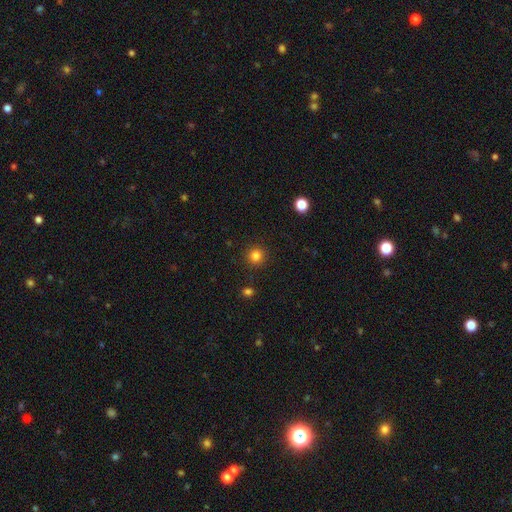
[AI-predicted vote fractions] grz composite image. It shows a smooth galaxy with no disk features (82%) that is round (94%). Merging: none (91%).